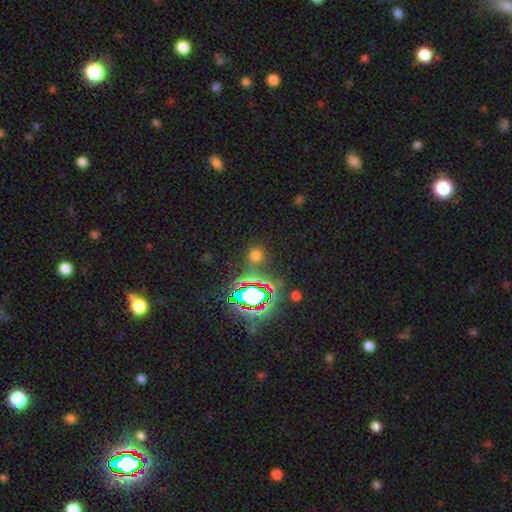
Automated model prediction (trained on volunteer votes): This is possibly a smooth galaxy (52%). How rounded: clearly round (87%). Merging: likely none (76%).